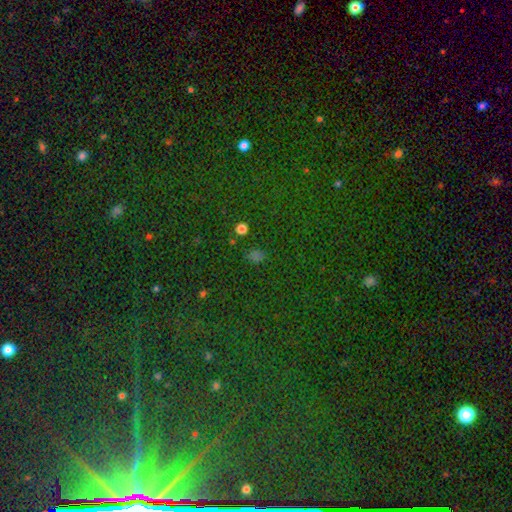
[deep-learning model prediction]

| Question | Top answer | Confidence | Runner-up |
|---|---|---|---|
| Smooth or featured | star or artifact | 70% | smooth (21%) |